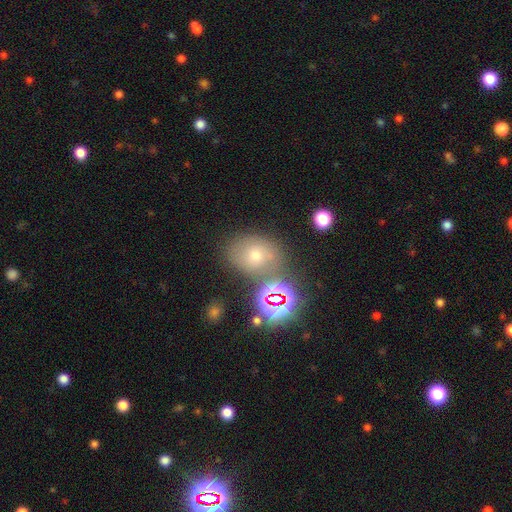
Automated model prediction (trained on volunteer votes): The model was most divided on "how rounded": in between: 55%, round: 44%, cigar-shaped: 1%. More confident: merging — none (65%); smooth or featured — smooth (52%).